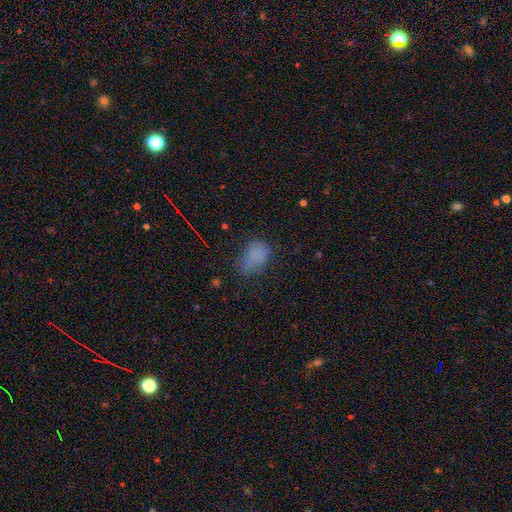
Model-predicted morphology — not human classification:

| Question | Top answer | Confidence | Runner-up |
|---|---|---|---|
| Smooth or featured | smooth | 73% | star or artifact (17%) |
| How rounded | in between | 84% | round (14%) |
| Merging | none | 50% | minor disturbance (29%) |